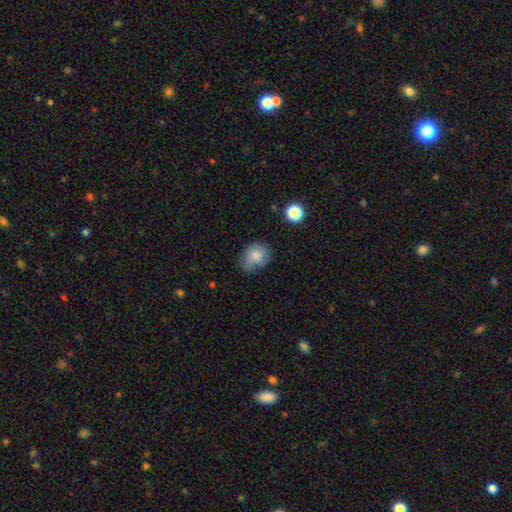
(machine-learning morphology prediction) This appears to be a smooth galaxy with no disk features (82%) that is round (53%). Merging: none (54%).